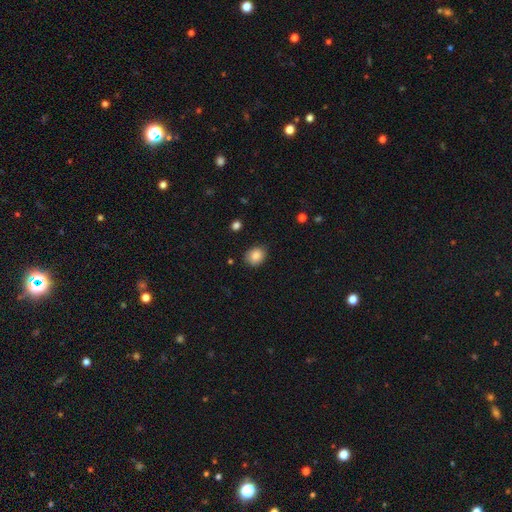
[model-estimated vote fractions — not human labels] A smooth galaxy with no disk features (86%) that is round (61%). Merging: none (83%).